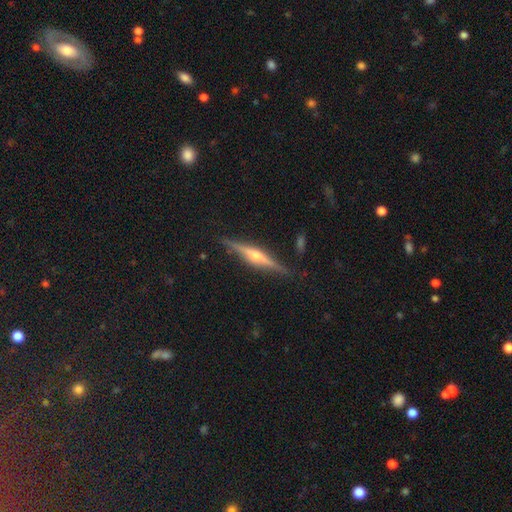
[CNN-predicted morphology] Overall: featured or disk (80%). Edge-on disk: yes (98%). Edge-on bulge: rounded (90%). Merging: none (89%).